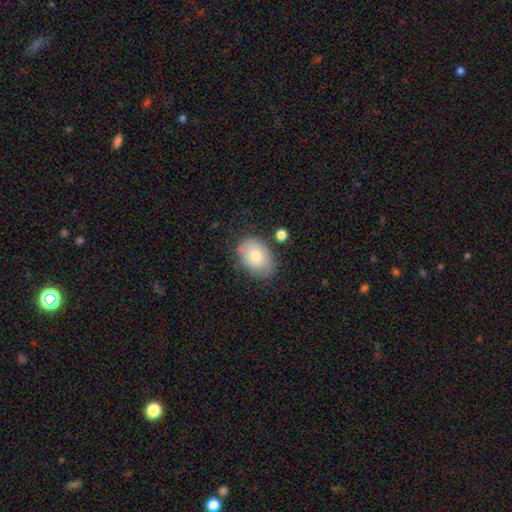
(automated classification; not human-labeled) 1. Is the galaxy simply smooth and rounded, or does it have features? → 76% smooth, 16% featured or disk, 8% star or artifact.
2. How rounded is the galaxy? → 81% in between, 18% round, 1% cigar-shaped.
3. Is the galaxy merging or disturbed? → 73% none, 19% minor disturbance, 5% merger, 4% major disturbance.